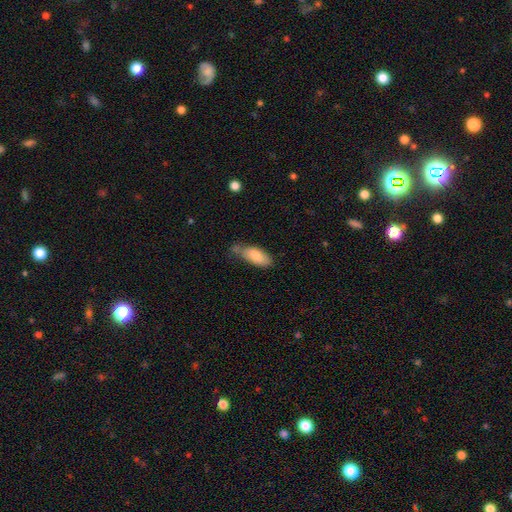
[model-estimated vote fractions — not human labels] Smooth or featured?
  - smooth: 83% *
  - featured or disk: 11%
  - star or artifact: 6%
How rounded?
  - in between: 81% *
  - cigar-shaped: 17%
  - round: 2%
Merging?
  - none: 42% *
  - minor disturbance: 35%
  - merger: 13%
  - major disturbance: 10%